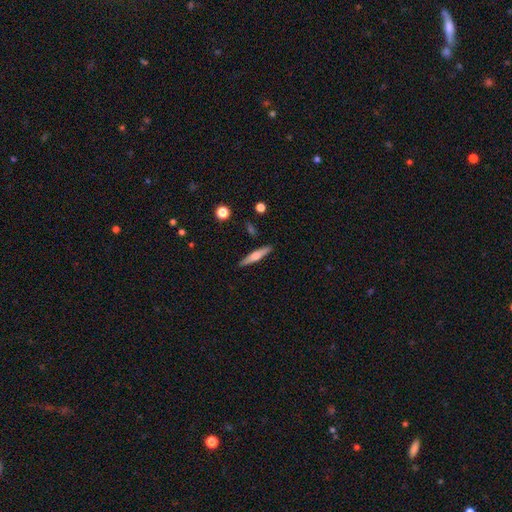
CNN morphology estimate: smooth_or_featured: featured or disk (p=0.50) [alt: smooth p=0.44]
merging: none (p=0.89) [alt: minor disturbance p=0.08]